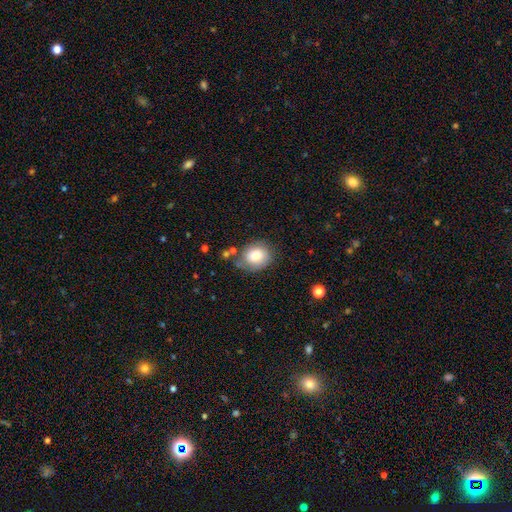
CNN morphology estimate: This is likely a smooth galaxy (77%). How rounded: possibly round (58%). Merging: likely none (68%).